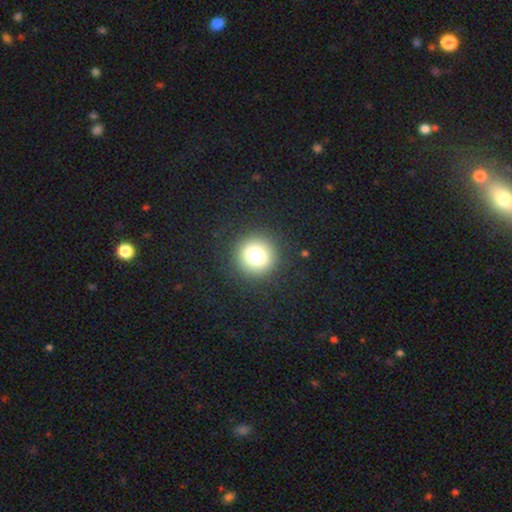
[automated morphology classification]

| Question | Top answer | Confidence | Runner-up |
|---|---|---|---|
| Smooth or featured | smooth | 76% | star or artifact (13%) |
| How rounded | round | 95% | in between (5%) |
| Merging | none | 90% | minor disturbance (6%) |